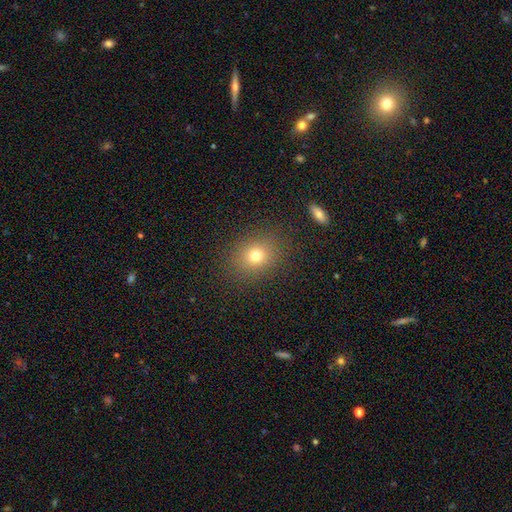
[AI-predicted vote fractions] Smooth or featured? smooth (74%)
How rounded? round (59%)
Merging? none (86%)